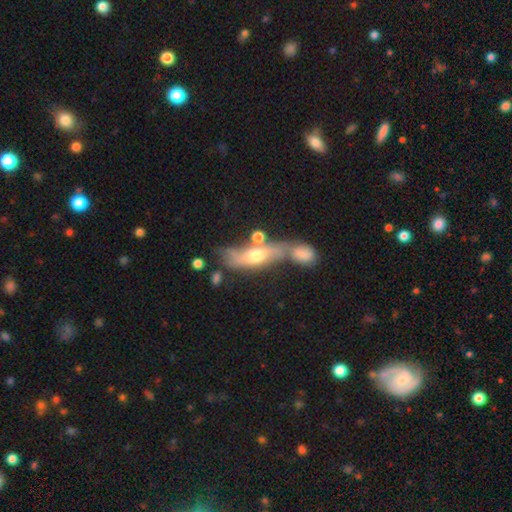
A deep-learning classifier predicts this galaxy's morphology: smooth-or-featured: featured or disk: 54% | smooth: 39% | star or artifact: 8%
  disk-edge-on: no: 60% | yes: 40%
  merging: merger: 44% | none: 30% | minor disturbance: 16% | major disturbance: 11%